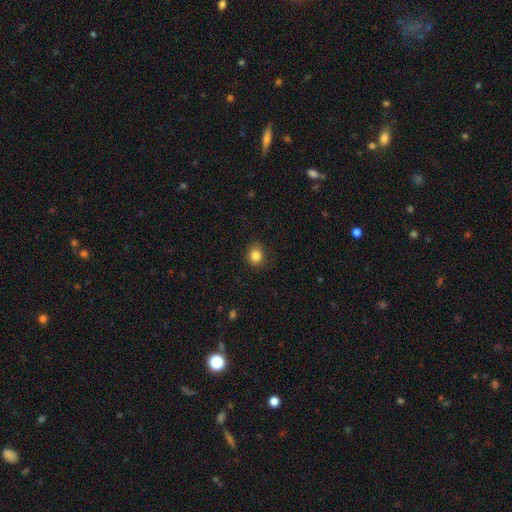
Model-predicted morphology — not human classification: This appears to be a smooth galaxy with no disk features (84%) that is round (71%). Merging: none (85%).